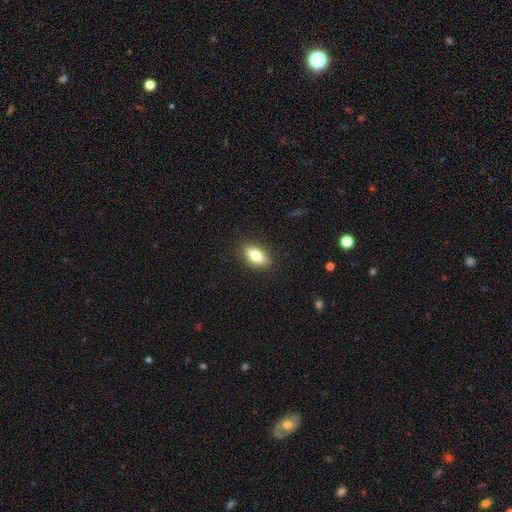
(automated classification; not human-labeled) smooth_or_featured: smooth (p=0.79) [alt: featured or disk p=0.13]
how_rounded: in between (p=0.88) [alt: round p=0.07]
merging: none (p=0.87) [alt: minor disturbance p=0.10]